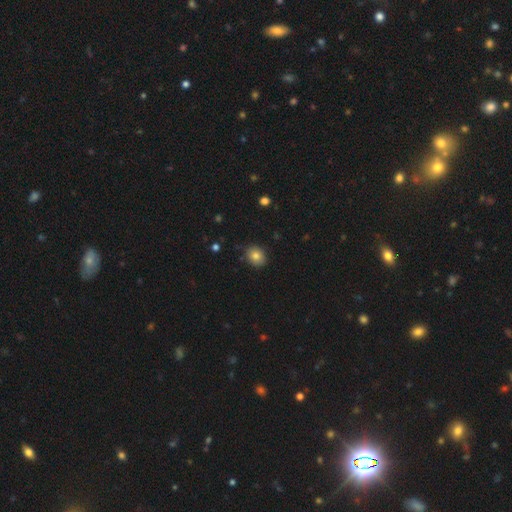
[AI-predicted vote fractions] smooth_or_featured: smooth (p=0.82) [alt: star or artifact p=0.10]
how_rounded: round (p=0.63) [alt: in between p=0.36]
merging: none (p=0.84) [alt: minor disturbance p=0.13]